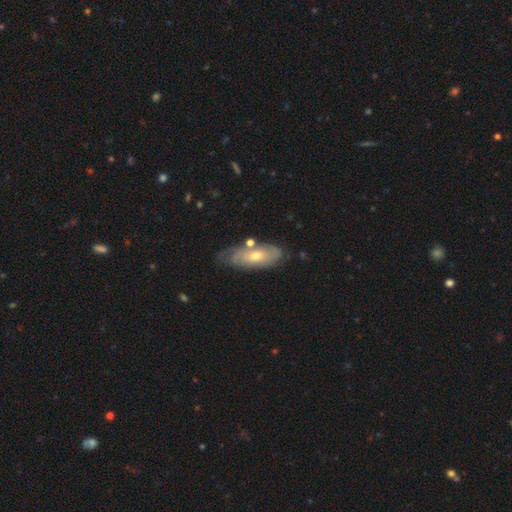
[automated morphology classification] This is likely a featured or disk galaxy (62%). It is clearly not viewed edge-on (82%). Bar: likely no (75%). Spiral arm pattern: likely yes (76%). Central bulge: possibly moderate (51%). Merging: likely none (65%).